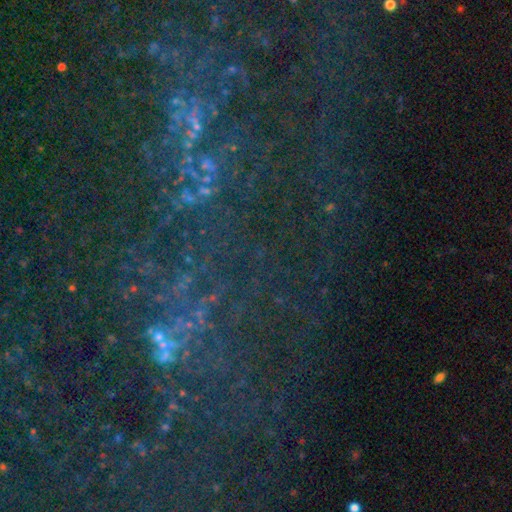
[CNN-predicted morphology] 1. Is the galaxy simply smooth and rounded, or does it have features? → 75% star or artifact, 14% featured or disk, 11% smooth.